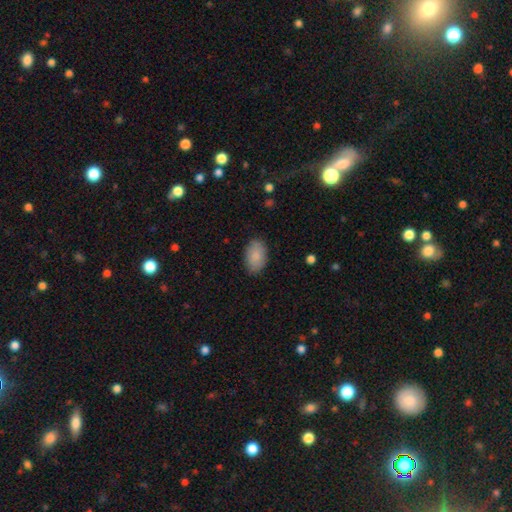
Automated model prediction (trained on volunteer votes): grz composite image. It shows a smooth galaxy with no disk features (88%) that is in between round and cigar-shaped (93%). Merging: none (85%).